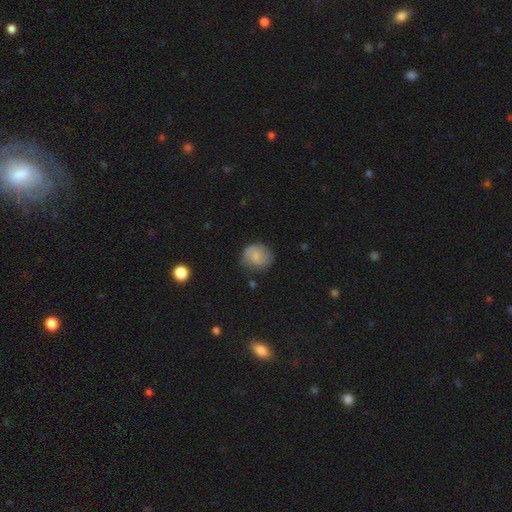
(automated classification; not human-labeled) This is likely a smooth galaxy (69%). How rounded: likely round (74%). Merging: likely none (68%).